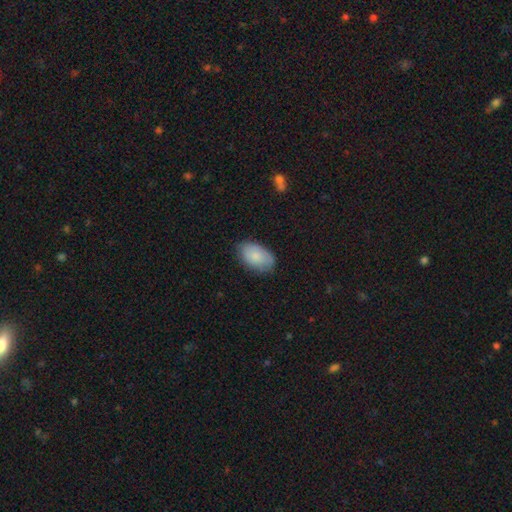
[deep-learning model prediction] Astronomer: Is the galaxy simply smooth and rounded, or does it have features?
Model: smooth — 81%.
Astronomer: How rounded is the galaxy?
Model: in between — 92%.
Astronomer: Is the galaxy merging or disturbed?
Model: none — 76%.